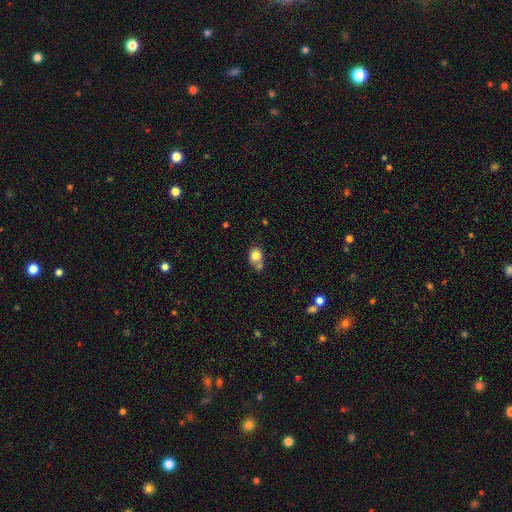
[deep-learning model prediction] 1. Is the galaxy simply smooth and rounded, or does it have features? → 79% smooth, 11% featured or disk, 10% star or artifact.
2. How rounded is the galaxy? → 55% round, 44% in between, 1% cigar-shaped.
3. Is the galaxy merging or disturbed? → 42% none, 32% merger, 19% minor disturbance, 7% major disturbance.